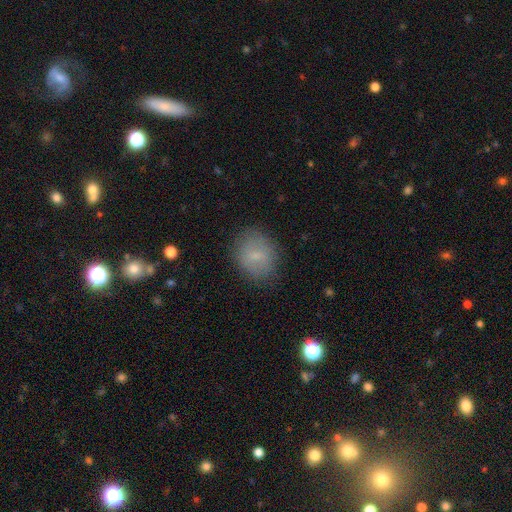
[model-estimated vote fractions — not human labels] smooth-or-featured: smooth: 70% | featured or disk: 20% | star or artifact: 10%
  how-rounded: round: 57% | in between: 41% | cigar-shaped: 2%
  merging: none: 80% | minor disturbance: 14% | major disturbance: 5% | merger: 1%